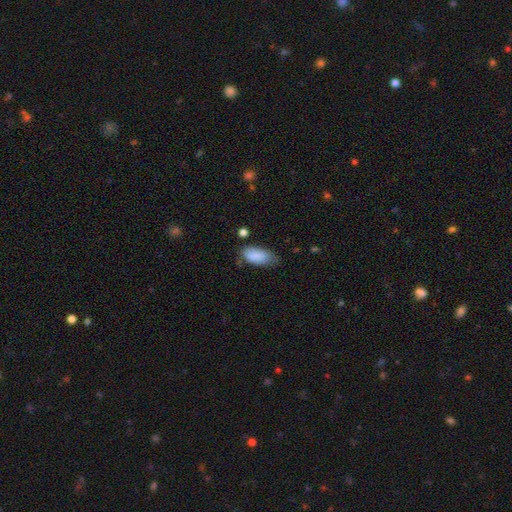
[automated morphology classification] Smooth or featured: smooth — 86% (featured or disk — 8%)
How rounded: in between — 91% (cigar-shaped — 7%)
Merging: none — 57% (minor disturbance — 32%)